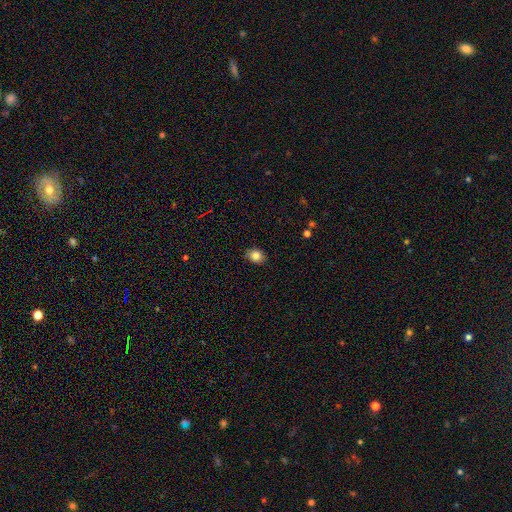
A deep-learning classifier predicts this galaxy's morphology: This appears to be a smooth galaxy with no disk features (84%) that is round (53%). Merging: none (85%).